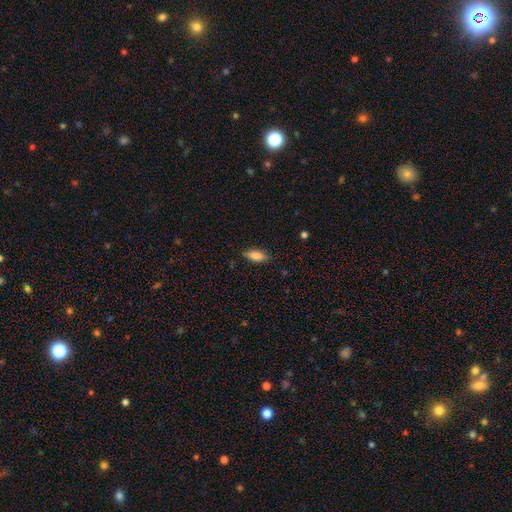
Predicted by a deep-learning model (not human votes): This appears to be a smooth galaxy with no disk features (78%) that is in between round and cigar-shaped (68%). Merging: none (84%).